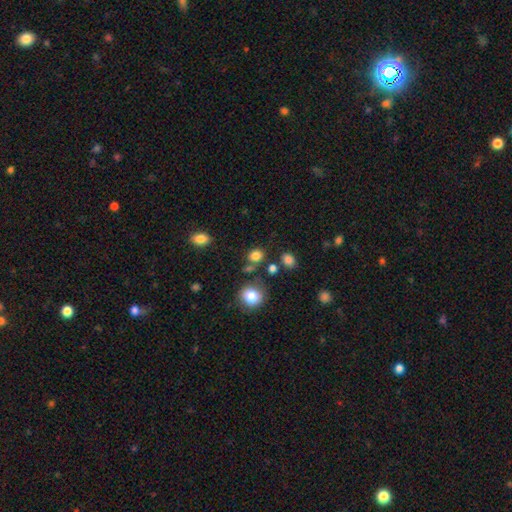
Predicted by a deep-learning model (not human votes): Smooth or featured?
  - smooth: 81% *
  - star or artifact: 14%
  - featured or disk: 5%
How rounded?
  - round: 74% *
  - in between: 25%
  - cigar-shaped: 1%
Merging?
  - none: 73% *
  - minor disturbance: 12%
  - merger: 10%
  - major disturbance: 5%